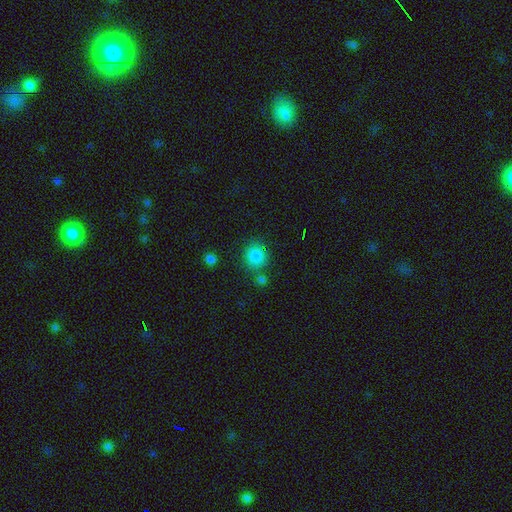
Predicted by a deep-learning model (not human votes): This appears to be a smooth galaxy with no disk features (85%) that is round (86%). Merging: none (75%).